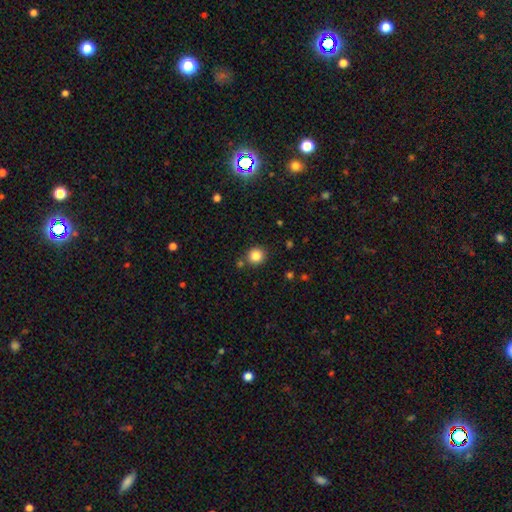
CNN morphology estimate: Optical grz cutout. It shows a smooth galaxy with no disk features (84%) that is round (91%). Merging: none (83%).